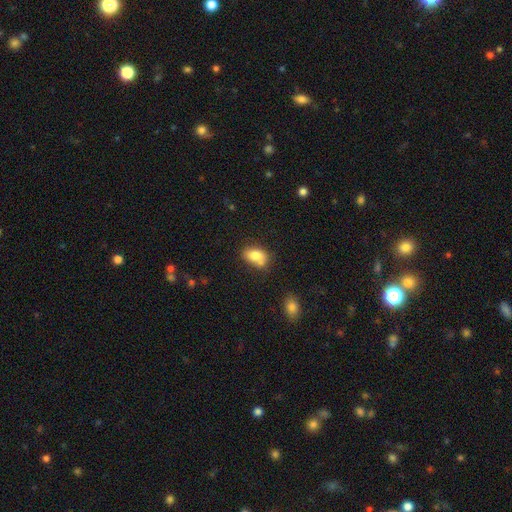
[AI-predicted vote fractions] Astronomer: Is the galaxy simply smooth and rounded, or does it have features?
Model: smooth — 80%.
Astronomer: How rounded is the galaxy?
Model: in between — 85%.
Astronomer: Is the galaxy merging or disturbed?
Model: none — 51%.